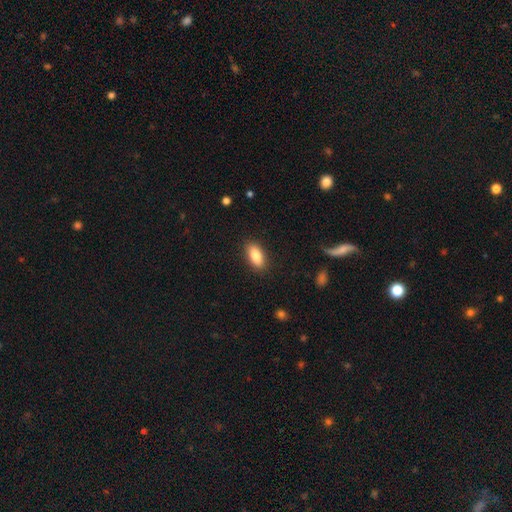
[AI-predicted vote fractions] smooth 83%, featured or disk 10%, star or artifact 7%. Down the decision tree: how rounded — in between (87%); merging — none (88%).